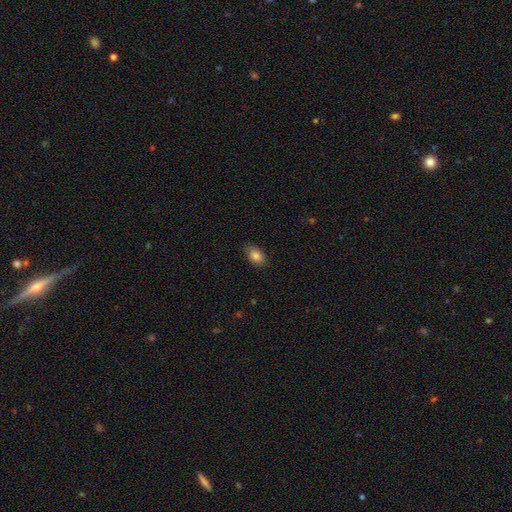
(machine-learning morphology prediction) type=smooth (85%); roundness=in between (88%); merging=none (84%).